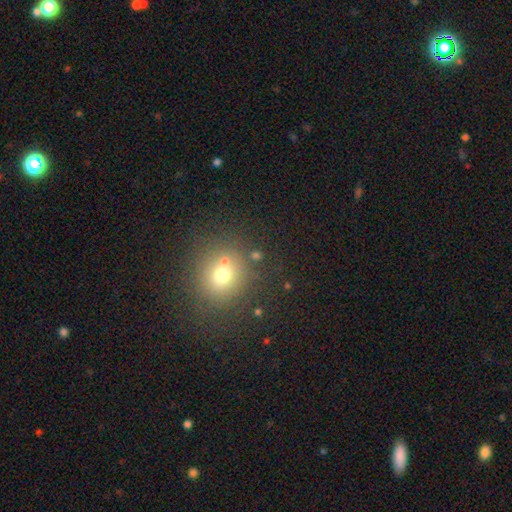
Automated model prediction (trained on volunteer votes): Smooth or featured?
  - smooth: 66% *
  - star or artifact: 22%
  - featured or disk: 12%
How rounded?
  - round: 83% *
  - in between: 15%
  - cigar-shaped: 1%
Merging?
  - none: 71% *
  - merger: 15%
  - minor disturbance: 10%
  - major disturbance: 5%